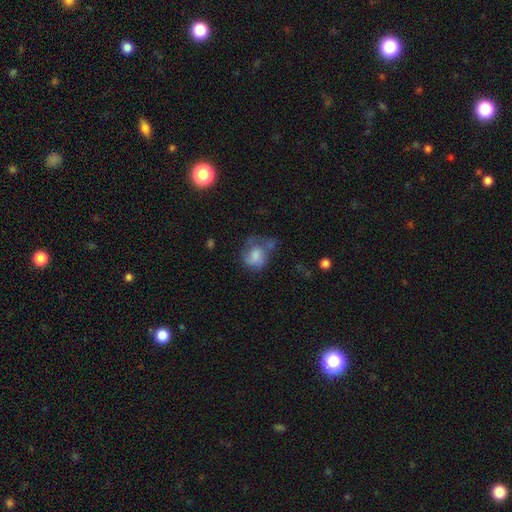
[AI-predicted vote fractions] smooth 61%, featured or disk 30%, star or artifact 9%. Down the decision tree: how rounded — round (53%); merging — major disturbance (34%).